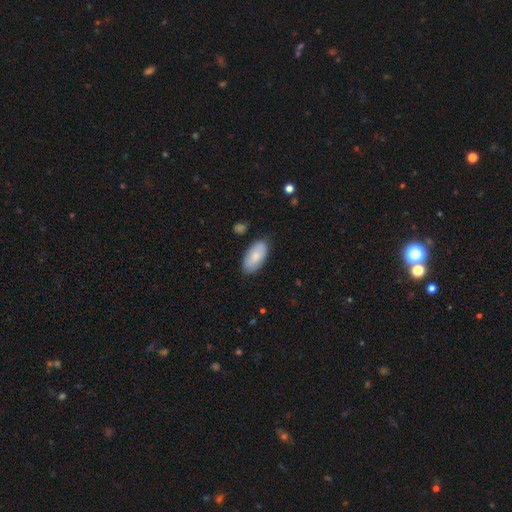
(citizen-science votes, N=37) This is clearly a smooth galaxy (81%). How rounded: clearly in between (97%). Merging: clearly none (91%).